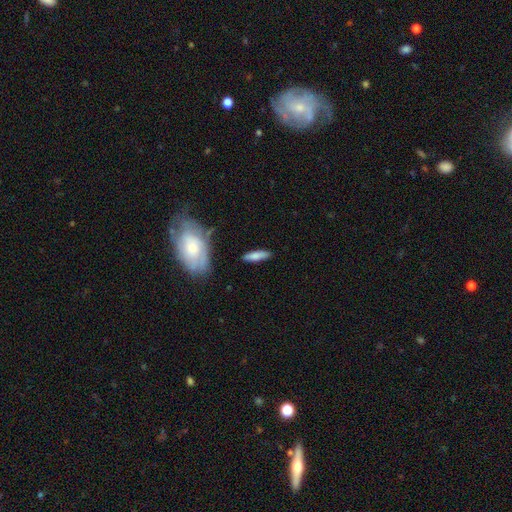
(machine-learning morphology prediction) This is likely a smooth galaxy (74%). How rounded: likely cigar-shaped (65%). Merging: clearly none (83%).